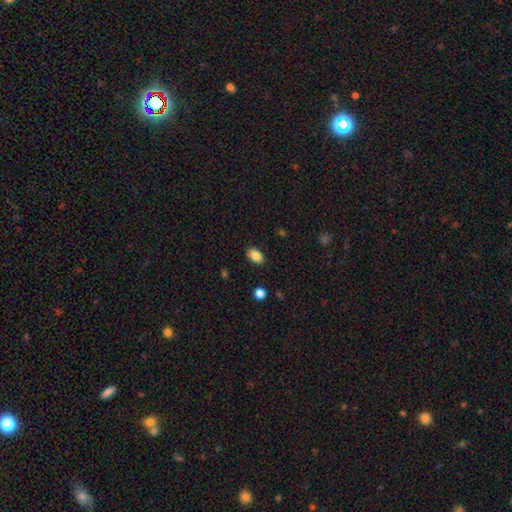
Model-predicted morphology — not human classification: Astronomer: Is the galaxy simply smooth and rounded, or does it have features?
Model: smooth — 86%.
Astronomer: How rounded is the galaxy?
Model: in between — 86%.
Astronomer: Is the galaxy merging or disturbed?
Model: none — 86%.